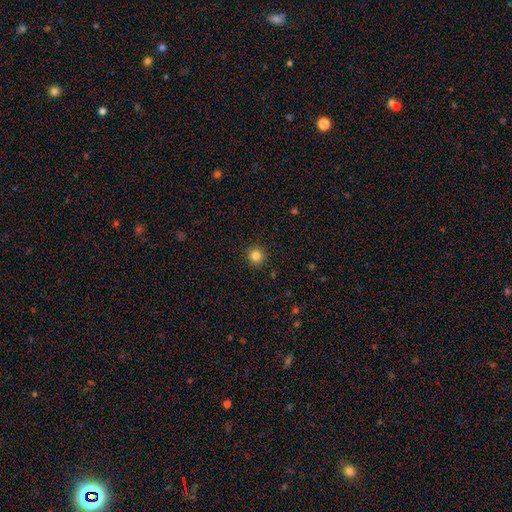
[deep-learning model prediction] A smooth galaxy with no disk features (83%) that is round (95%).

Vote fractions:
- Smooth or featured? smooth: 83% / star or artifact: 12% / featured or disk: 5%
- How rounded? round: 95% / in between: 4% / cigar-shaped: 1%
- Merging? none: 92% / minor disturbance: 5% / major disturbance: 2% / merger: 1%